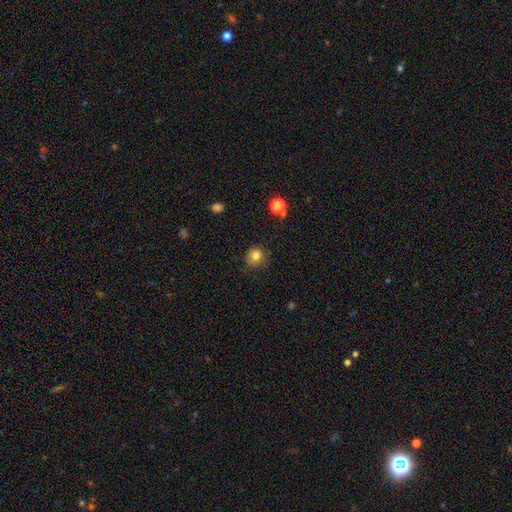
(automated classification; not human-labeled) Smooth or featured?
  - smooth: 81% *
  - star or artifact: 12%
  - featured or disk: 7%
How rounded?
  - round: 83% *
  - in between: 16%
  - cigar-shaped: 1%
Merging?
  - none: 77% *
  - minor disturbance: 17%
  - major disturbance: 4%
  - merger: 2%